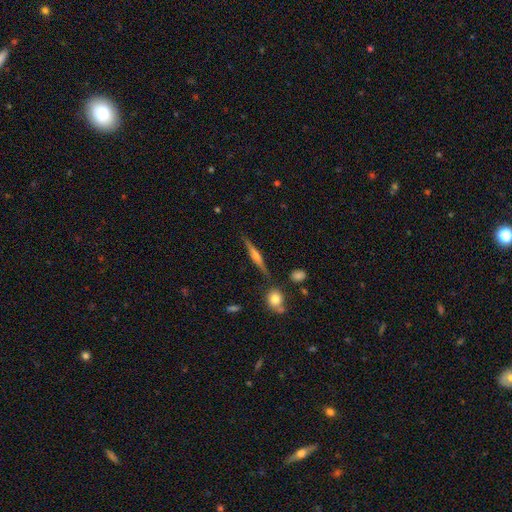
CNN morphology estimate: Smooth or featured: featured or disk — 65% (smooth — 28%)
Edge-on disk: yes — 97% (no — 3%)
Edge-on bulge: rounded — 71% (boxy — 15%)
Merging: none — 84% (minor disturbance — 9%)